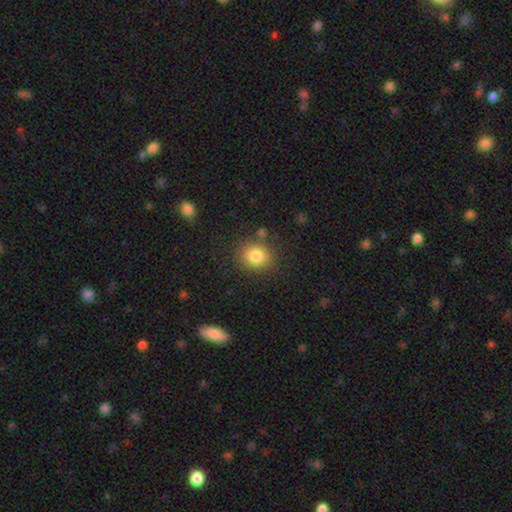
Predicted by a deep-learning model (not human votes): smooth 83%, star or artifact 10%, featured or disk 7%. Down the decision tree: how rounded — round (74%); merging — none (82%).